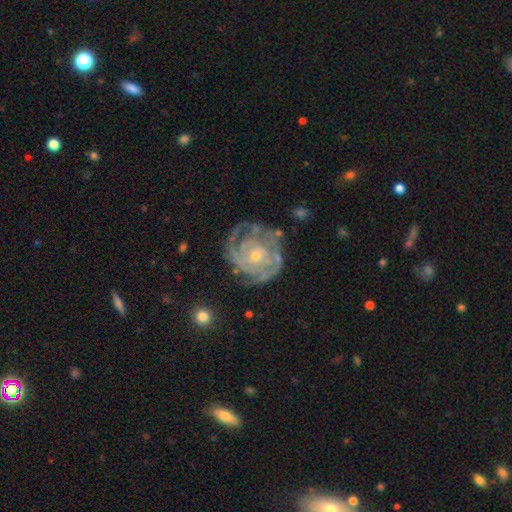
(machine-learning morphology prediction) Smooth or featured?
  - featured or disk: 84% *
  - smooth: 10%
  - star or artifact: 6%
Edge-on disk?
  - no: 98% *
  - yes: 2%
Bar?
  - no: 80% *
  - weak: 16%
  - strong: 4%
Spiral arms?
  - yes: 90% *
  - no: 10%
Spiral winding?
  - tight: 71% *
  - medium: 23%
  - loose: 6%
Spiral arm count?
  - can't tell: 37% *
  - 2: 24%
  - 3: 20%
  - 4: 8%
  - 1: 7%
  - more than 4: 5%
Bulge size?
  - small: 72% *
  - moderate: 24%
  - none: 2%
  - large: 1%
  - dominant: 1%
Merging?
  - none: 61% *
  - minor disturbance: 21%
  - major disturbance: 15%
  - merger: 3%